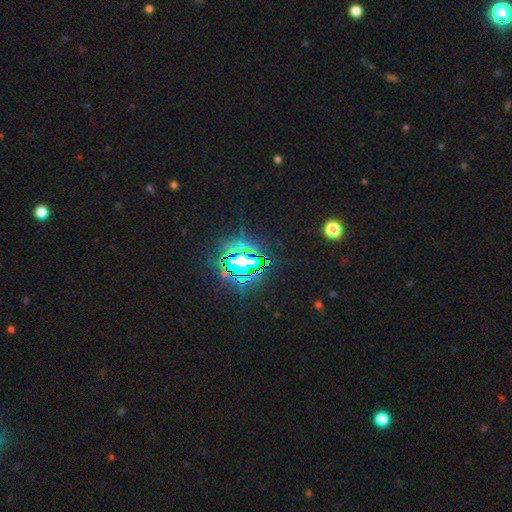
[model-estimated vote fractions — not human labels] This appears to be a star or artifact, not a galaxy (75%).